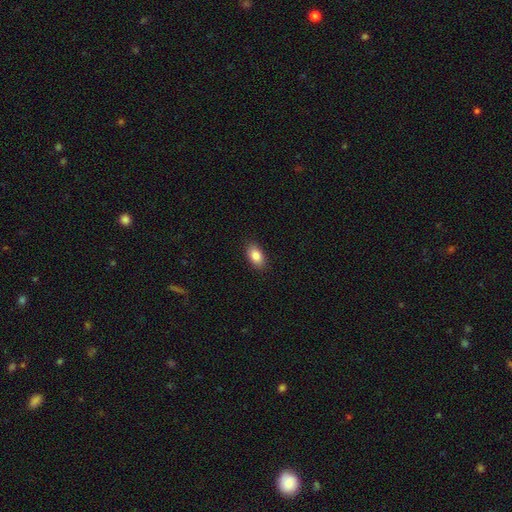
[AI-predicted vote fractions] Morphology: type=smooth (85%); roundness=in between (92%); merging=none (89%).